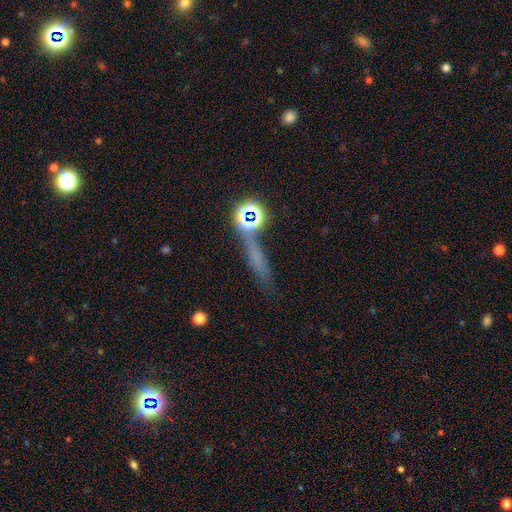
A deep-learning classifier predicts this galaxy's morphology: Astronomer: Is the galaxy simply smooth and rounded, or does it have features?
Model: smooth — 41% (runner-up: star or artifact, 38%).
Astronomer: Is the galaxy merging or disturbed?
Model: none — 67%.